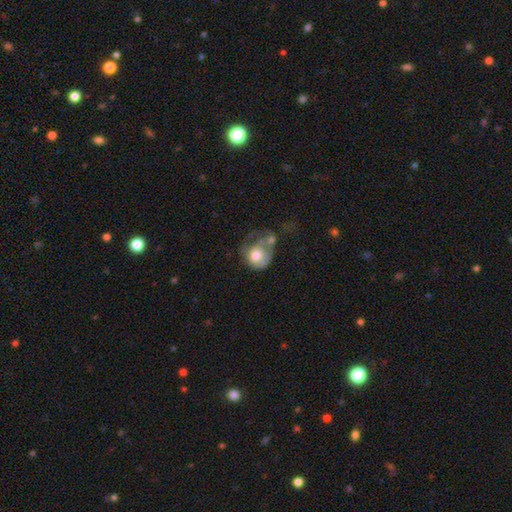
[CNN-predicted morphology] Smooth or featured? smooth (58%)
How rounded? round (64%)
Merging? major disturbance (39%)